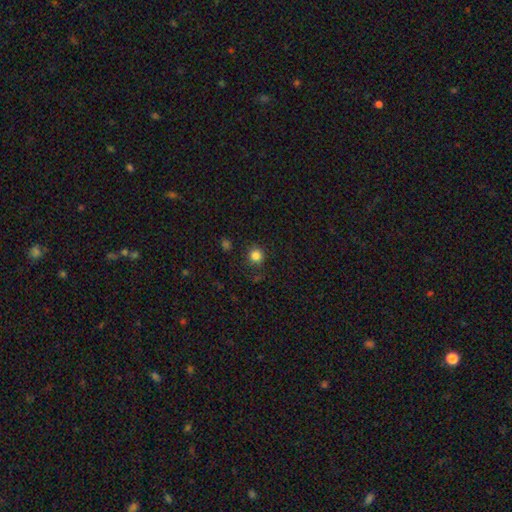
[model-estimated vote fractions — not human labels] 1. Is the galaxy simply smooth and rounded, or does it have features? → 84% smooth, 12% star or artifact, 4% featured or disk.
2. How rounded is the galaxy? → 93% round, 6% in between, 1% cigar-shaped.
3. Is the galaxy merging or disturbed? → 88% none, 8% minor disturbance, 3% major disturbance, 2% merger.